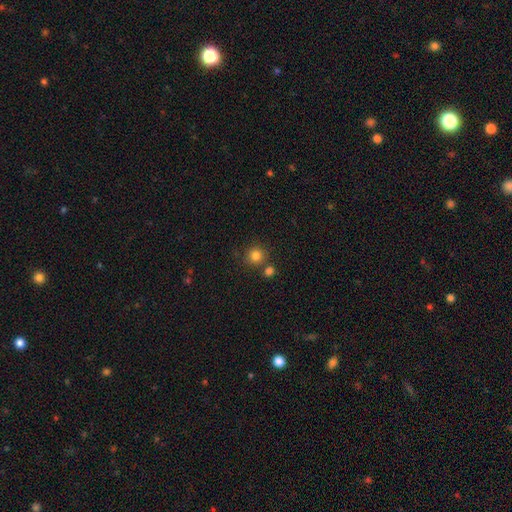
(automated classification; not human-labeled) smooth 82%, star or artifact 12%, featured or disk 6%. Down the decision tree: how rounded — round (92%); merging — none (74%).